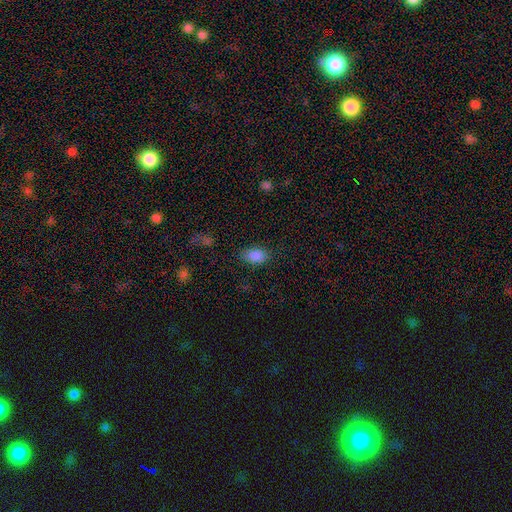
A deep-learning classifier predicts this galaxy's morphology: Overall: smooth (85%). How rounded: in between (87%). Merging: none (78%).